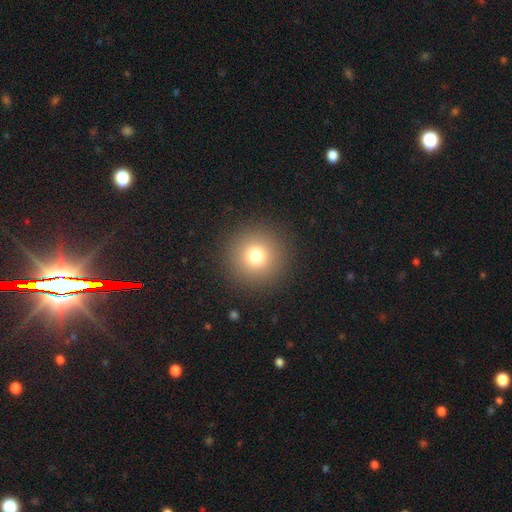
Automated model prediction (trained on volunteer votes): smooth 76%, star or artifact 15%, featured or disk 10%. Down the decision tree: how rounded — round (96%); merging — none (91%).